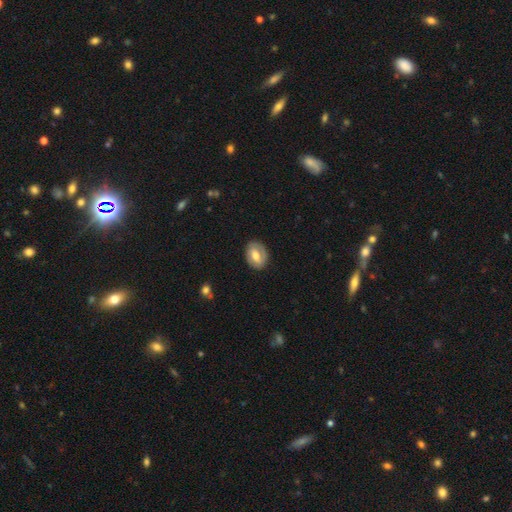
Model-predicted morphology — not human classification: This appears to be a smooth galaxy with no disk features (48%). Merging: none (82%).